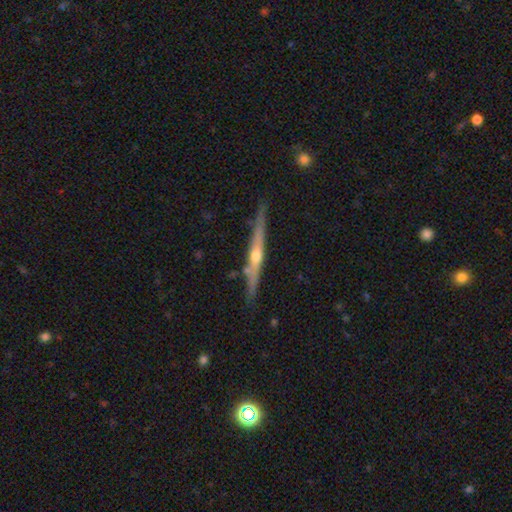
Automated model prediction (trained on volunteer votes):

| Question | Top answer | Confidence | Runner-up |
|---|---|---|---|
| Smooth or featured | featured or disk | 78% | smooth (16%) |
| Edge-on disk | yes | 97% | no (3%) |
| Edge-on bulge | rounded | 82% | none (14%) |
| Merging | none | 86% | minor disturbance (10%) |